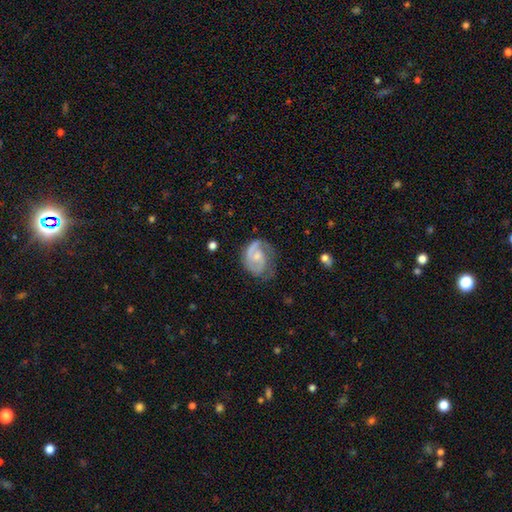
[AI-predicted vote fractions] A featured or disk galaxy (75%) with no bar (62%), 2 (54%) medium (43%) spiral arms (91%) and a small central bulge (52%). Merging: none (49%).